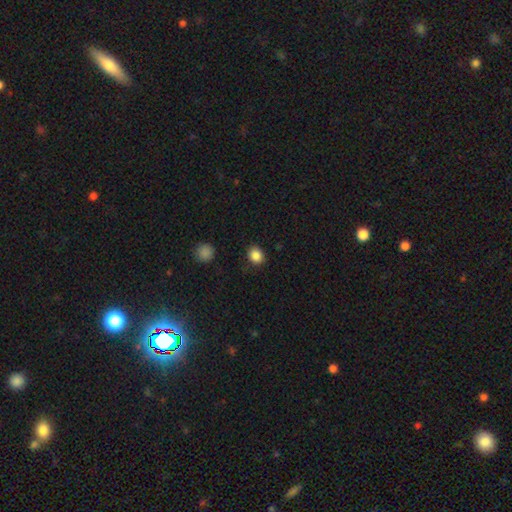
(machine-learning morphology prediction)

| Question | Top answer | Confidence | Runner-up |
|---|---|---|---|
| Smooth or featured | smooth | 86% | star or artifact (10%) |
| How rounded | round | 66% | in between (33%) |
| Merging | none | 86% | minor disturbance (10%) |